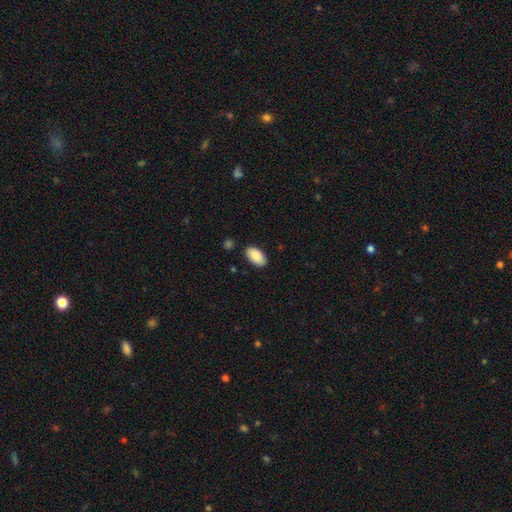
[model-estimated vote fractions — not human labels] Smooth or featured?
  - smooth: 88% *
  - star or artifact: 6%
  - featured or disk: 6%
How rounded?
  - in between: 95% *
  - round: 3%
  - cigar-shaped: 2%
Merging?
  - none: 86% *
  - minor disturbance: 10%
  - major disturbance: 2%
  - merger: 2%